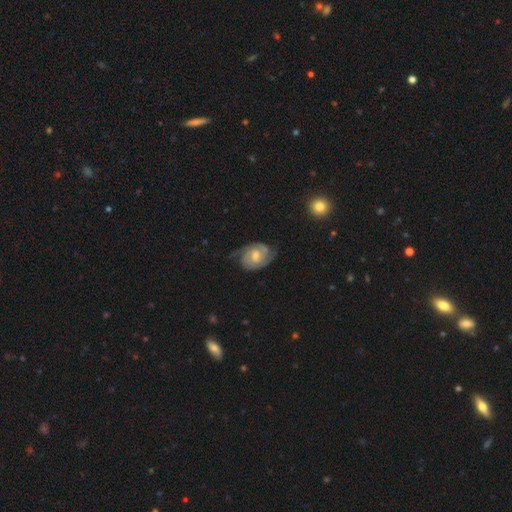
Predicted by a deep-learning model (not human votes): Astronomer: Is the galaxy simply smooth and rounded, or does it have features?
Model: featured or disk — 79%.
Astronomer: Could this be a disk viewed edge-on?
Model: no — 97%.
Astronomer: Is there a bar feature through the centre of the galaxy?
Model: no — 51% (runner-up: weak, 42%).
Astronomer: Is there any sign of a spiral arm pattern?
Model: yes — 95%.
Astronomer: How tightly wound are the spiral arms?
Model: tight — 51% (runner-up: medium, 37%).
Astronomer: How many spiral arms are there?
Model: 2 — 70%.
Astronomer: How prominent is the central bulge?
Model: moderate — 64%.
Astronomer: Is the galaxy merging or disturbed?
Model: none — 65%.